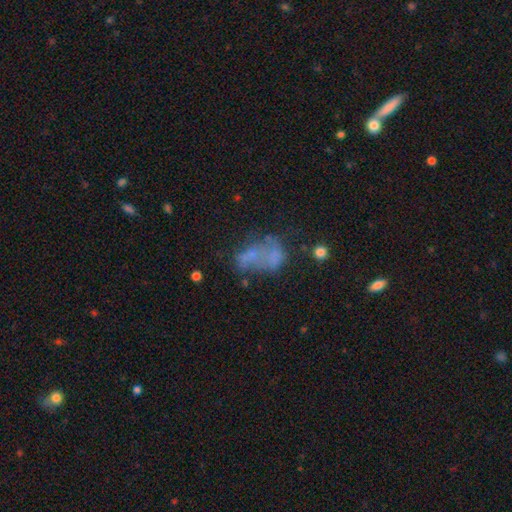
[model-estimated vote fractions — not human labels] Smooth or featured?
  - featured or disk: 44% *
  - smooth: 37%
  - star or artifact: 19%
Merging?
  - merger: 30% *
  - none: 29%
  - major disturbance: 24%
  - minor disturbance: 17%